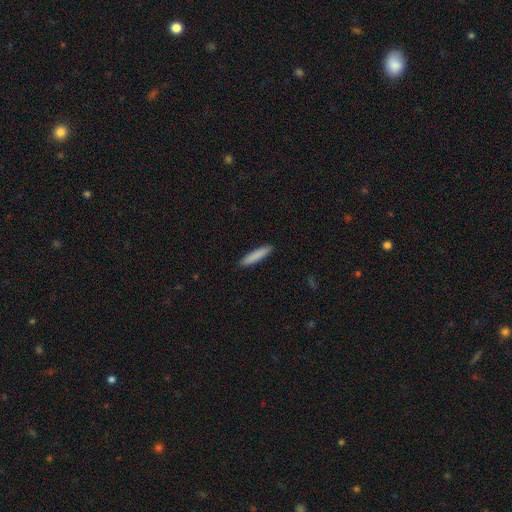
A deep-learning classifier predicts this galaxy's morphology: Q: Smooth or featured?
A: smooth (85%); runner-up: featured or disk (9%)
Q: How rounded?
A: cigar-shaped (89%); runner-up: in between (10%)
Q: Merging?
A: none (91%); runner-up: minor disturbance (7%)